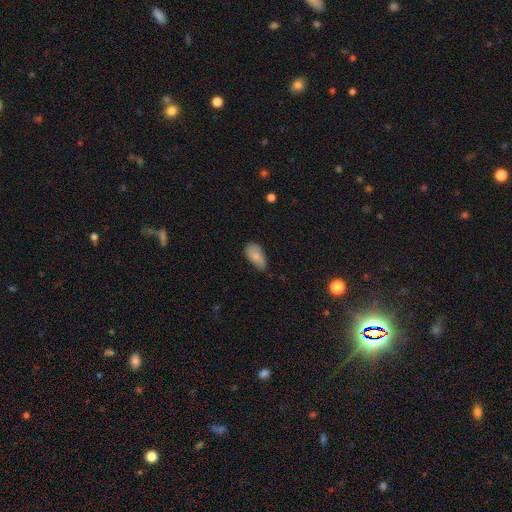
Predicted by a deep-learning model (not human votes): Smooth or featured? Predicted: smooth (p=0.75). How rounded? Predicted: in between (p=0.92). Merging? Predicted: none (p=0.60).